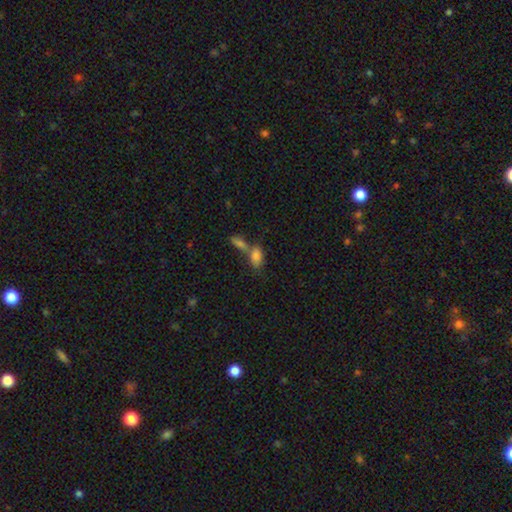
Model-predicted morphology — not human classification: Smooth or featured? smooth (82%)
How rounded? in between (89%)
Merging? merger (52%)